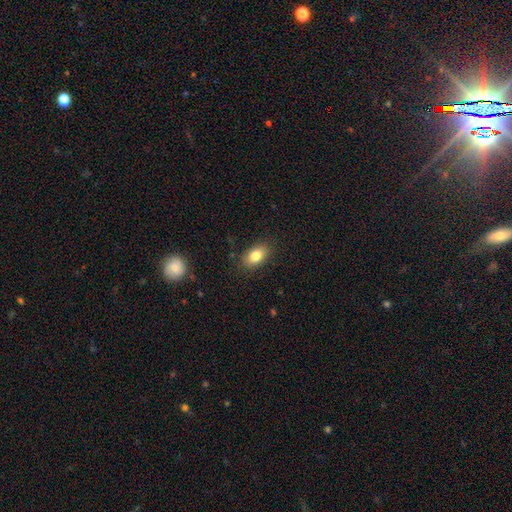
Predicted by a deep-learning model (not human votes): Q: Smooth or featured?
A: smooth (83%); runner-up: featured or disk (9%)
Q: How rounded?
A: in between (88%); runner-up: round (10%)
Q: Merging?
A: none (85%); runner-up: minor disturbance (11%)